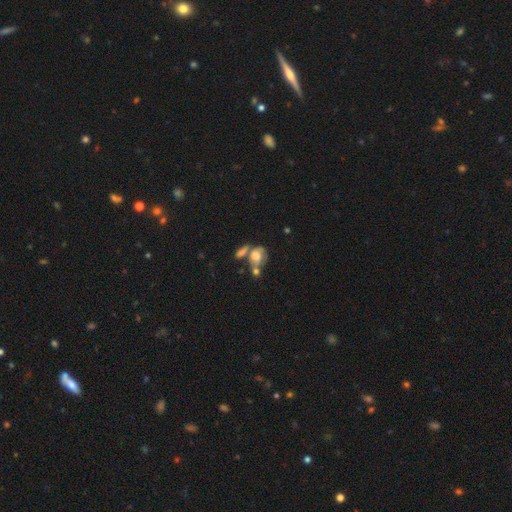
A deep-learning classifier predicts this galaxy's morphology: A smooth galaxy with no disk features (55%) that is in between round and cigar-shaped (67%).

Vote fractions:
- Smooth or featured? smooth: 55% / featured or disk: 34% / star or artifact: 11%
- How rounded? in between: 67% / round: 30% / cigar-shaped: 3%
- Merging? merger: 45% / none: 25% / minor disturbance: 15% / major disturbance: 15%